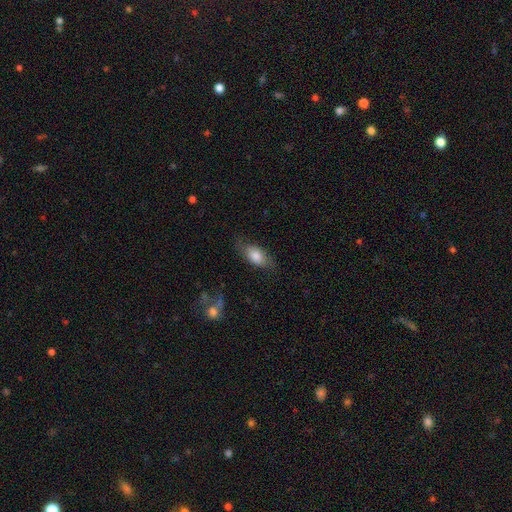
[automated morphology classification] type=smooth (76%); roundness=in between (87%); merging=none (69%).